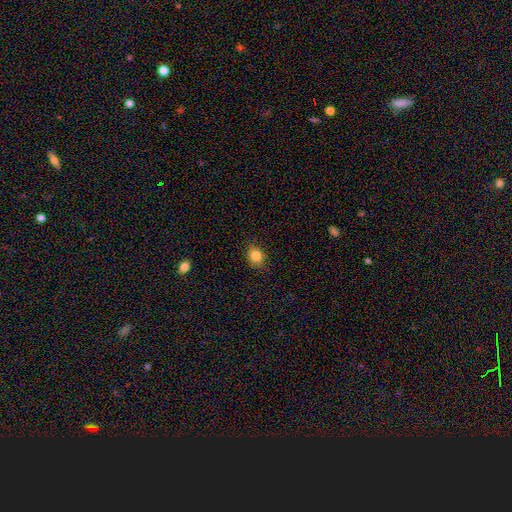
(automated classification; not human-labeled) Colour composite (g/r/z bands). It shows a smooth galaxy with no disk features (84%) that is round (63%). Merging: none (84%).